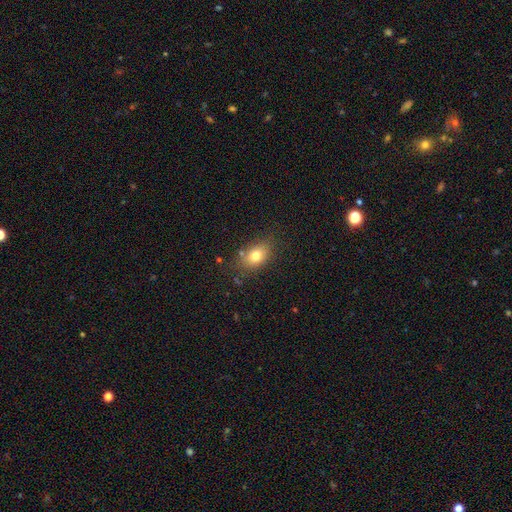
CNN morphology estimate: A smooth galaxy with no disk features (76%) that is in between round and cigar-shaped (77%). Merging: none (77%).